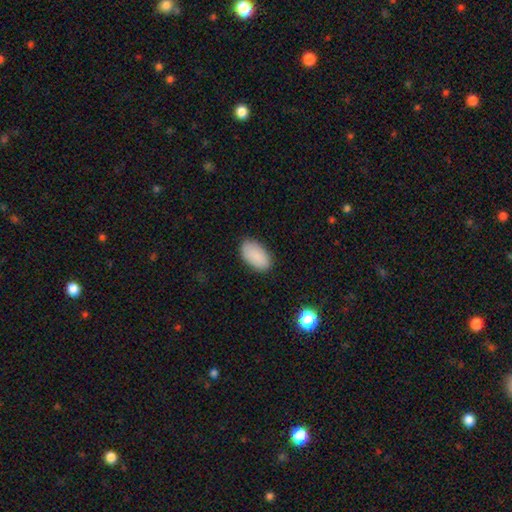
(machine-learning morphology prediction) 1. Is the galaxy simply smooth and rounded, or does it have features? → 88% smooth, 6% star or artifact, 5% featured or disk.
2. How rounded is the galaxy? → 95% in between, 3% round, 2% cigar-shaped.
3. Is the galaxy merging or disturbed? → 85% none, 11% minor disturbance, 2% major disturbance, 1% merger.